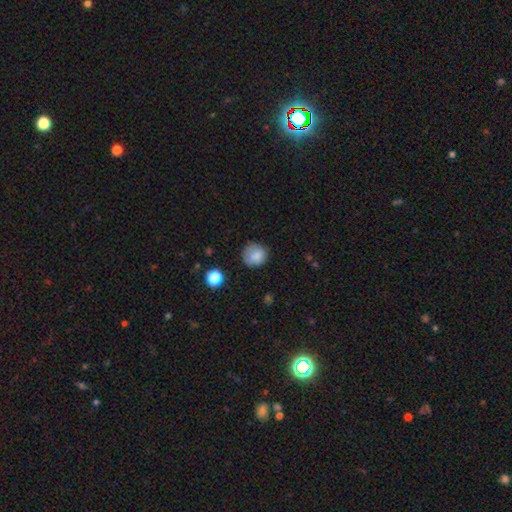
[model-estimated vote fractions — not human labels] smooth_or_featured: smooth (p=0.84) [alt: star or artifact p=0.10]
how_rounded: round (p=0.87) [alt: in between p=0.12]
merging: none (p=0.76) [alt: minor disturbance p=0.18]